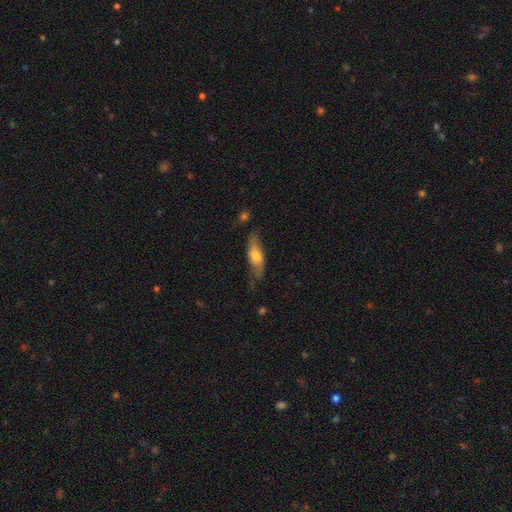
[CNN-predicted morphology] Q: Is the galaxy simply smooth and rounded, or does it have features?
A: smooth — 56%.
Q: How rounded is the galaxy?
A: in between — 60%.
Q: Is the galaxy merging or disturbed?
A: none — 55%.